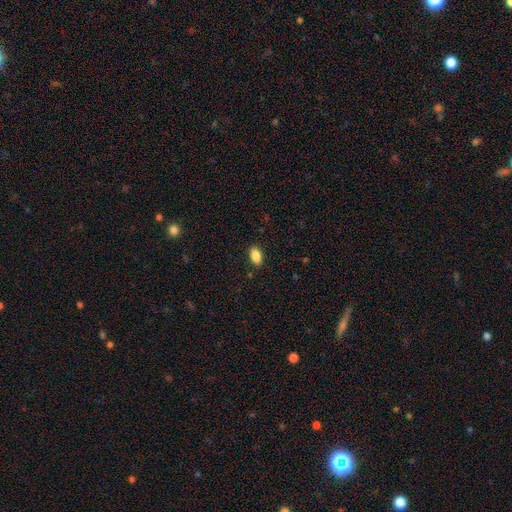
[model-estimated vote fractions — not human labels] The model was most divided on "merging": none: 88%, minor disturbance: 9%, major disturbance: 2%, merger: 1%. More confident: how rounded — in between (92%); smooth or featured — smooth (88%).